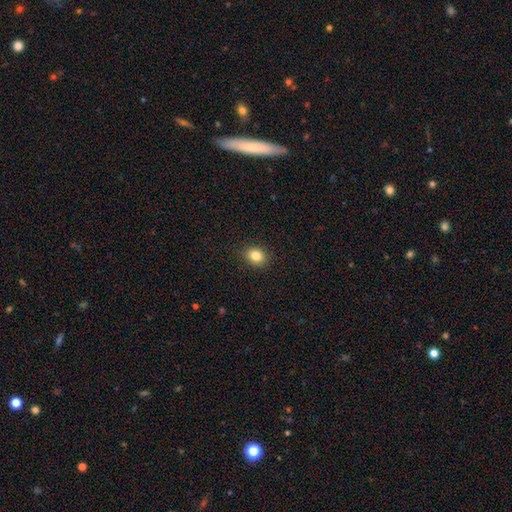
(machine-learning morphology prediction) smooth 83%, star or artifact 10%, featured or disk 6%. Down the decision tree: how rounded — round (53%); merging — none (90%).